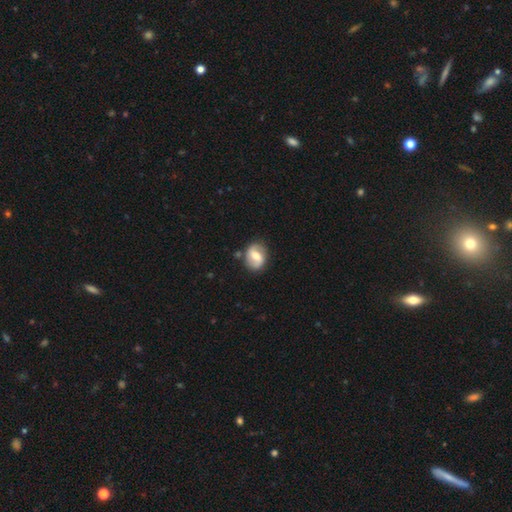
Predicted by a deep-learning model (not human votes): Overall: featured or disk (59%; smooth 35%). Edge-on disk: no (97%). Bar: weak (45%; strong 31%). Spiral arms: yes (77%). Bulge size: moderate (66%). Merging: none (79%).